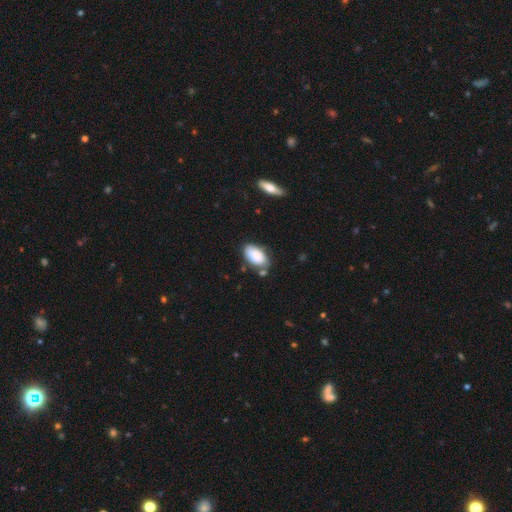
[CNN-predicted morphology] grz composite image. It shows a smooth galaxy with no disk features (84%) that is in between round and cigar-shaped (94%). Merging: none (64%).